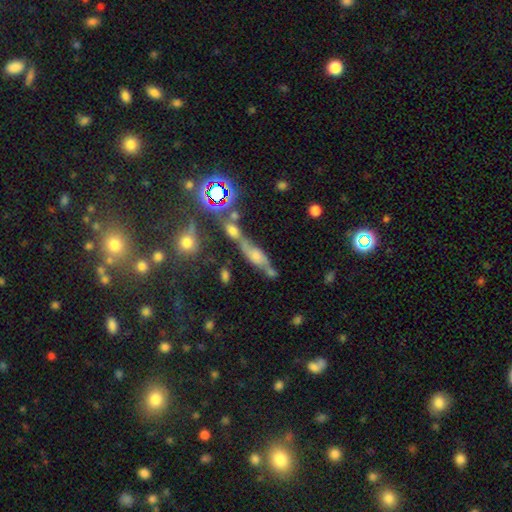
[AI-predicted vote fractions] The model was most divided on "smooth or featured": featured or disk: 43%, smooth: 41%, star or artifact: 15%. Remaining: merging — merger (40%).